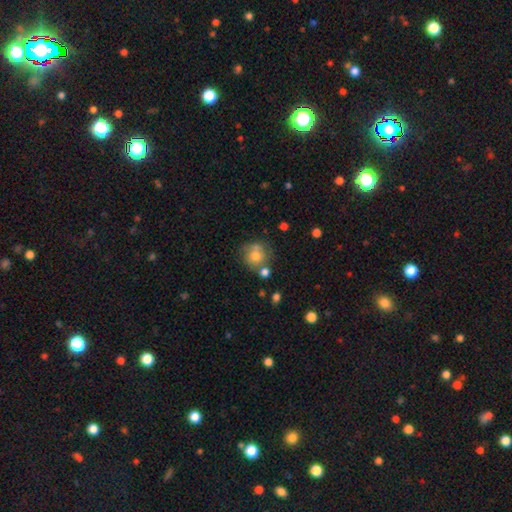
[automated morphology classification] Overall: smooth (66%). How rounded: round (85%). Merging: none (56%; merger 19%).